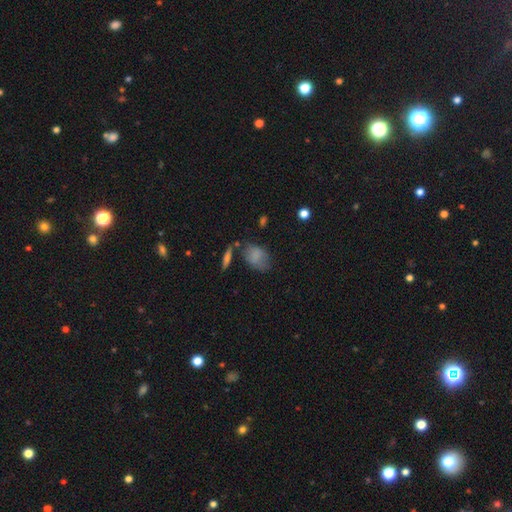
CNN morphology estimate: A smooth galaxy with no disk features (77%) that is in between round and cigar-shaped (83%). Merging: none (53%).